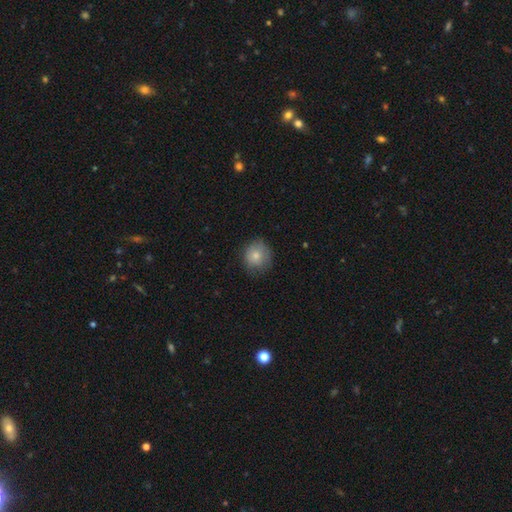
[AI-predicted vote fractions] Q: Smooth or featured?
A: smooth (79%); runner-up: featured or disk (13%)
Q: How rounded?
A: round (84%); runner-up: in between (15%)
Q: Merging?
A: none (72%); runner-up: minor disturbance (22%)